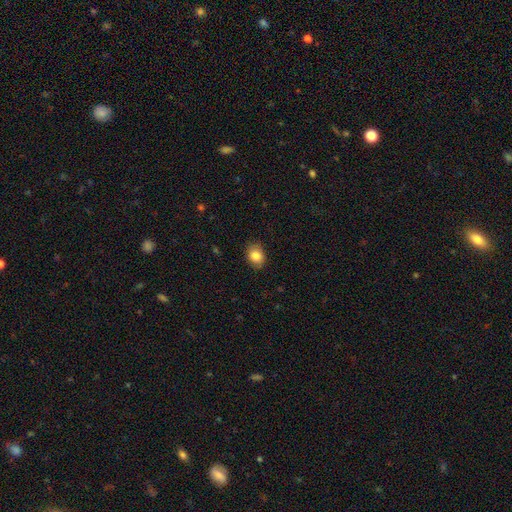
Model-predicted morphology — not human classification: Smooth or featured: smooth — 84% (star or artifact — 8%)
How rounded: in between — 63% (round — 35%)
Merging: none — 82% (minor disturbance — 14%)